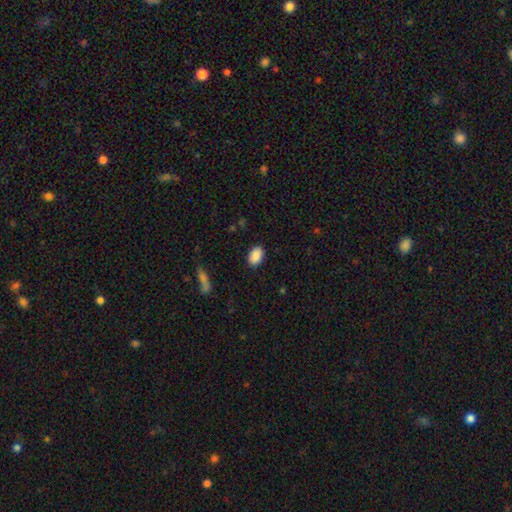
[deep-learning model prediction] This appears to be a smooth galaxy with no disk features (89%) that is in between round and cigar-shaped (87%). Merging: none (87%).